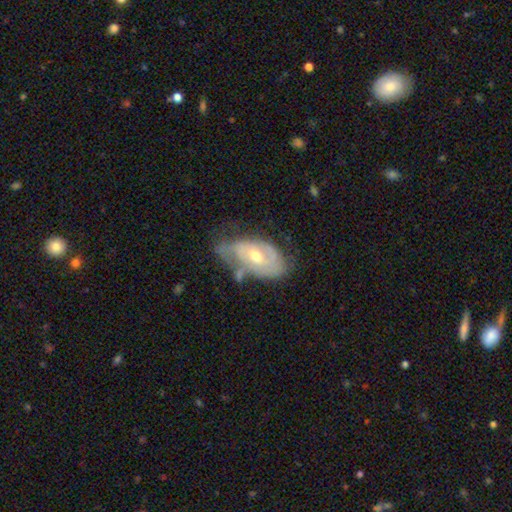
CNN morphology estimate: A featured or disk galaxy (69%) with no bar (60%), spiral arms (68%) and a moderate central bulge (66%). Merging: none (39%).